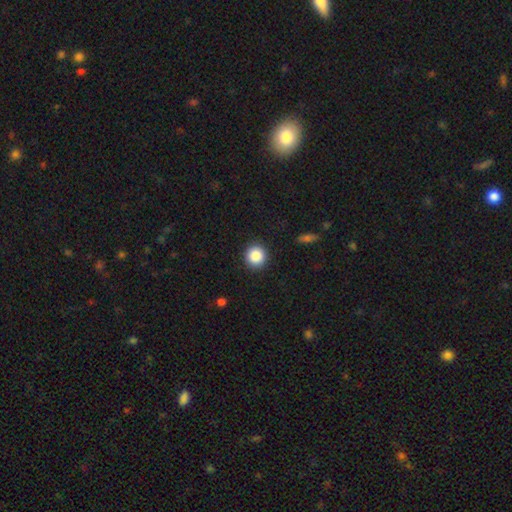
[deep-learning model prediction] smooth-or-featured: smooth: 88% | star or artifact: 9% | featured or disk: 4%
  how-rounded: round: 94% | in between: 5% | cigar-shaped: 1%
  merging: none: 92% | minor disturbance: 5% | major disturbance: 2% | merger: 1%